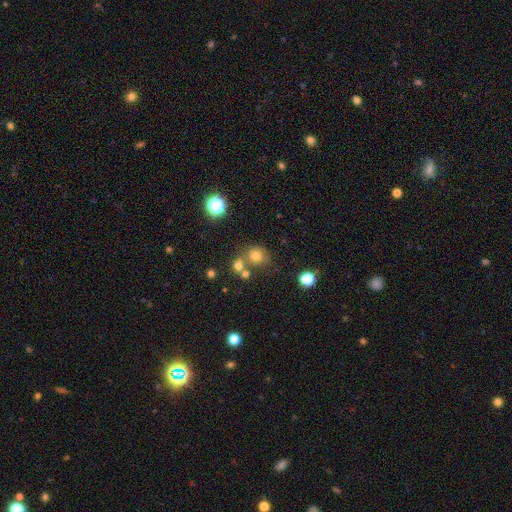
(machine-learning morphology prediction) smooth-or-featured: smooth: 72% | star or artifact: 18% | featured or disk: 11%
  how-rounded: round: 81% | in between: 18% | cigar-shaped: 1%
  merging: none: 59% | merger: 25% | minor disturbance: 11% | major disturbance: 5%